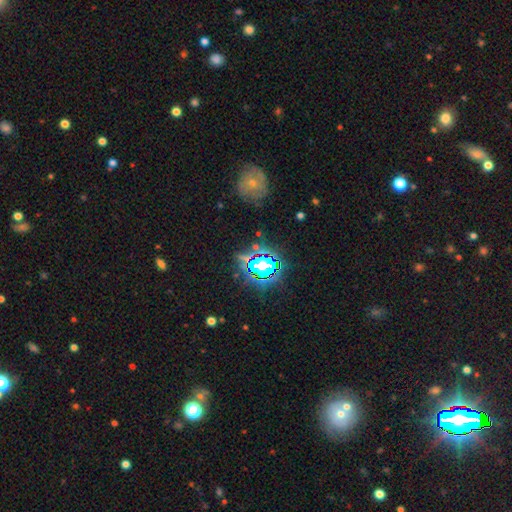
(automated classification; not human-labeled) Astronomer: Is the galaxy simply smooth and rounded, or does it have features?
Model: star or artifact — 74%.